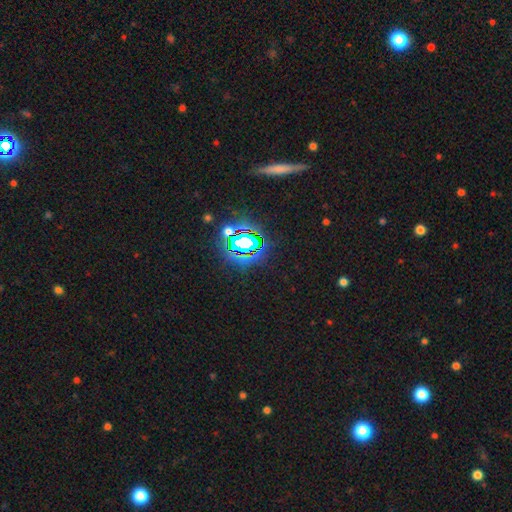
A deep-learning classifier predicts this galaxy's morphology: Overall: star or artifact (77%).